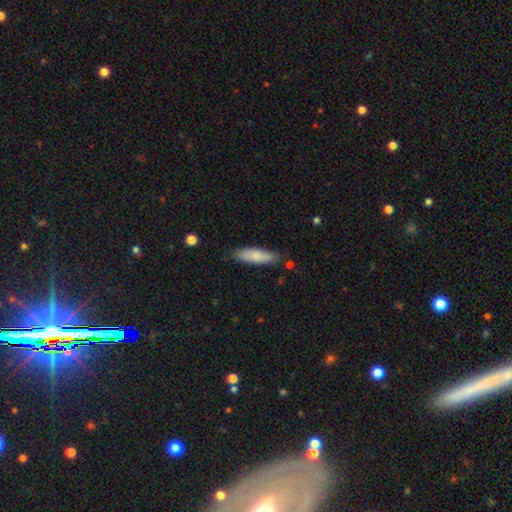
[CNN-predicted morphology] Smooth or featured? smooth (81%)
How rounded? cigar-shaped (59%)
Merging? none (82%)